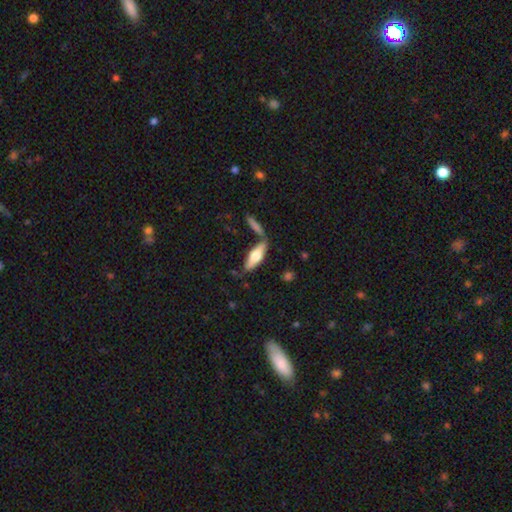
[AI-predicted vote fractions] The model was most divided on "how rounded": in between: 52%, cigar-shaped: 45%, round: 2%. More confident: merging — none (69%); smooth or featured — smooth (56%).